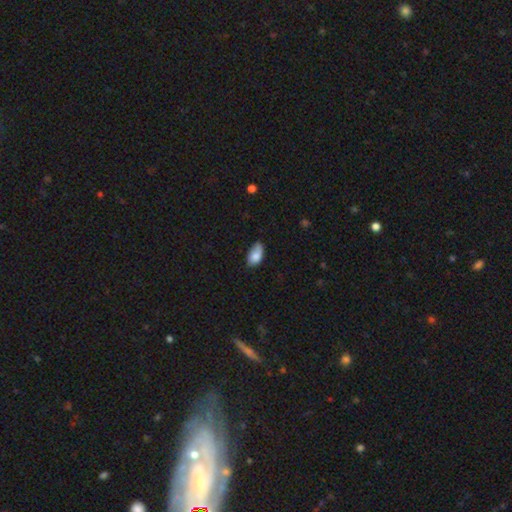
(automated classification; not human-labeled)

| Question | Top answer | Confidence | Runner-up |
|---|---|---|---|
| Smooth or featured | smooth | 81% | featured or disk (12%) |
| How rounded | in between | 93% | round (4%) |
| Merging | none | 54% | minor disturbance (36%) |